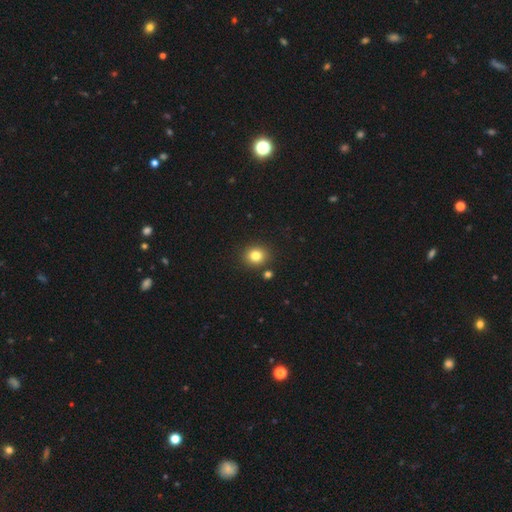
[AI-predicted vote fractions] The model was most divided on "how rounded": round: 79%, in between: 20%, cigar-shaped: 1%. More confident: merging — none (85%); smooth or featured — smooth (81%).